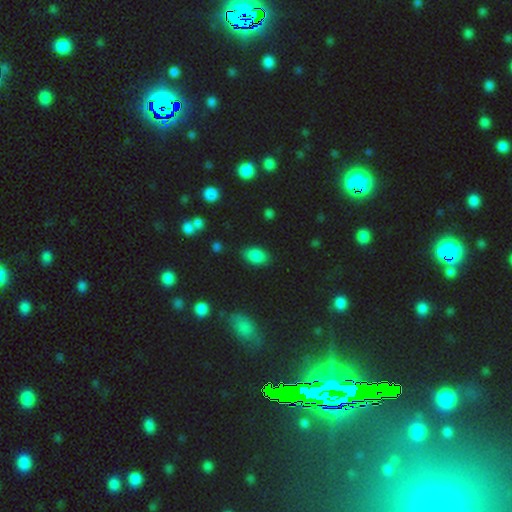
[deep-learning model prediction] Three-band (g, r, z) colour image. It shows a smooth galaxy with no disk features (83%) that is in between round and cigar-shaped (90%). Merging: none (81%).